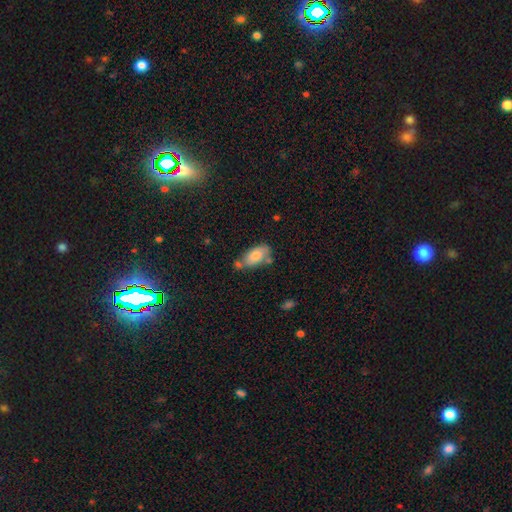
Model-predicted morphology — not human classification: Q: Smooth or featured?
A: smooth (77%); runner-up: featured or disk (16%)
Q: How rounded?
A: in between (91%); runner-up: cigar-shaped (5%)
Q: Merging?
A: none (56%); runner-up: minor disturbance (20%)